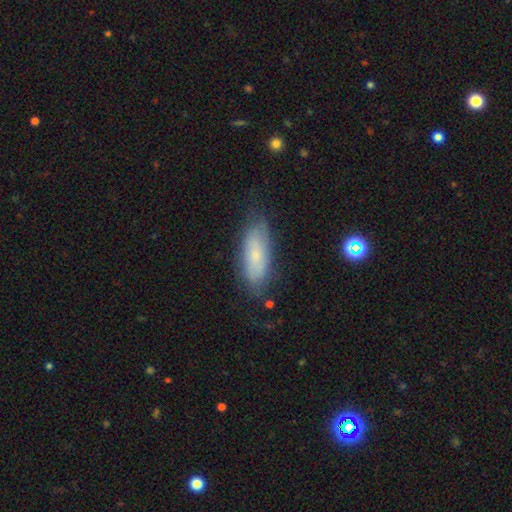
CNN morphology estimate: This is likely a smooth galaxy (63%). How rounded: likely in between (67%). Merging: likely none (72%).